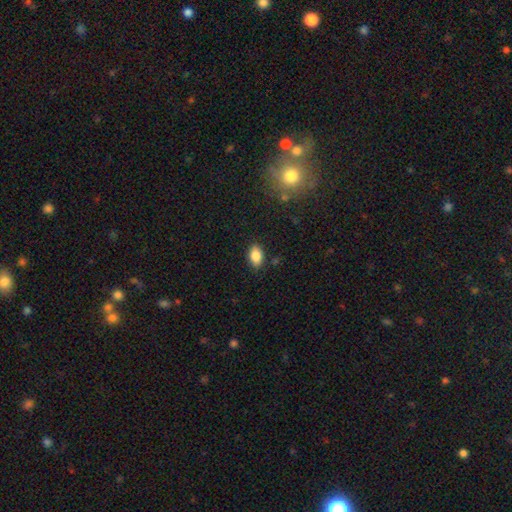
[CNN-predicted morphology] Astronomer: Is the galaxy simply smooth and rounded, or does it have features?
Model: smooth — 84%.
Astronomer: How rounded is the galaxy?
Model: in between — 89%.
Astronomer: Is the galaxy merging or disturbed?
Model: none — 86%.